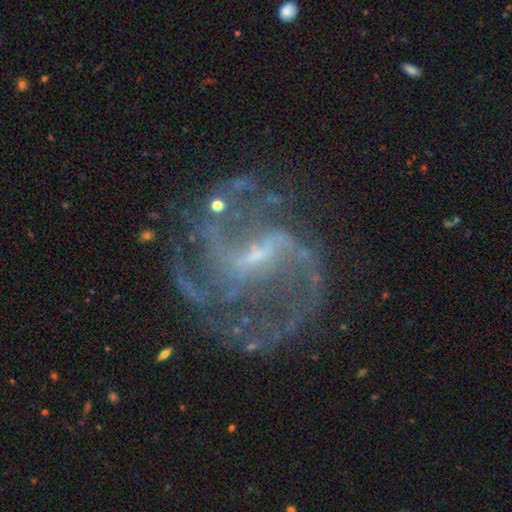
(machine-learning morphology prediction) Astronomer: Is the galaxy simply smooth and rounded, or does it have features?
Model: featured or disk — 89%.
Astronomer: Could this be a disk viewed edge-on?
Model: no — 98%.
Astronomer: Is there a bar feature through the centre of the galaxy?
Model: weak — 53% (runner-up: strong, 32%).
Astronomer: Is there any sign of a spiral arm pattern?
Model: yes — 96%.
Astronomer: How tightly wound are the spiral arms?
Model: medium — 52% (runner-up: loose, 29%).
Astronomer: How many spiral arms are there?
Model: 2 — 42% (runner-up: 3, 21%).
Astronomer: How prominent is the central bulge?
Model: small — 67%.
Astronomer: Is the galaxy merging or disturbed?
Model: none — 64%.